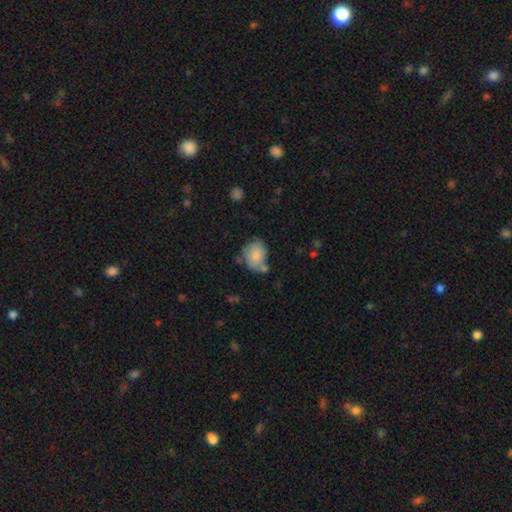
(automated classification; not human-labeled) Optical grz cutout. It shows a smooth galaxy with no disk features (80%) that is in between round and cigar-shaped (51%). Merging: none (50%).